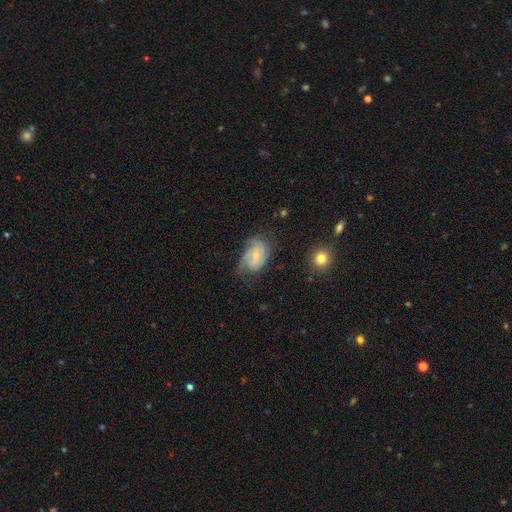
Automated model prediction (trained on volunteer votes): Smooth or featured? Predicted: featured or disk (p=0.70). Edge-on disk? Predicted: no (p=0.97). Bar? Predicted: no (p=0.61). Spiral arms? Predicted: yes (p=0.89). Spiral winding? Predicted: tight (p=0.47). Spiral arm count? Predicted: 2 (p=0.37). Bulge size? Predicted: small (p=0.57). Merging? Predicted: none (p=0.49).